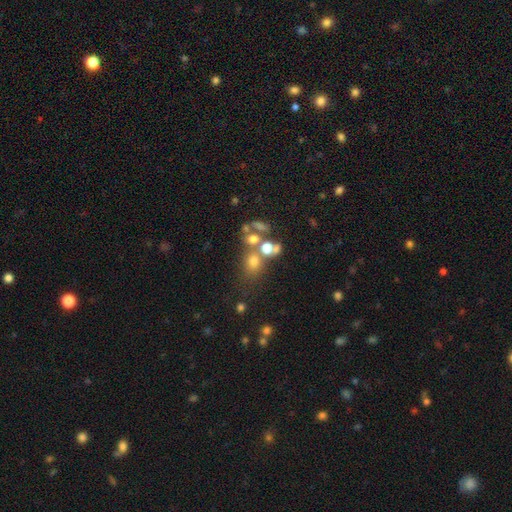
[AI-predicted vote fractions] This appears to be a smooth galaxy with no disk features (48%). Merging: none (48%).